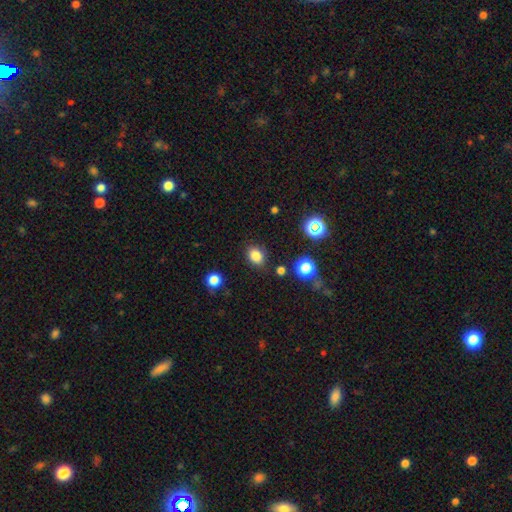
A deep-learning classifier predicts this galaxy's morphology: Smooth or featured? Predicted: smooth (p=0.82). How rounded? Predicted: in between (p=0.56). Merging? Predicted: none (p=0.84).